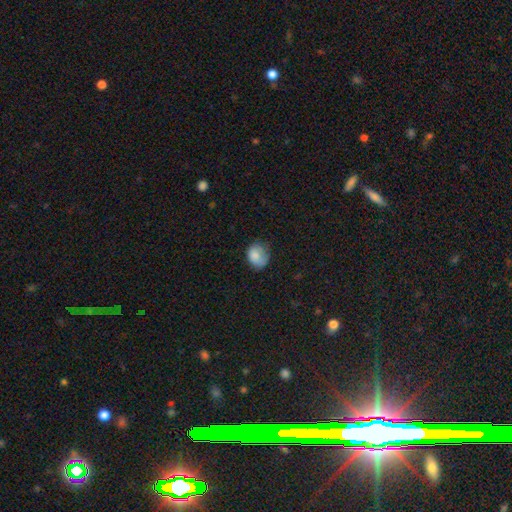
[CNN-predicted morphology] Overall: smooth (82%). How rounded: round (51%; in between 48%). Merging: none (57%; minor disturbance 31%).